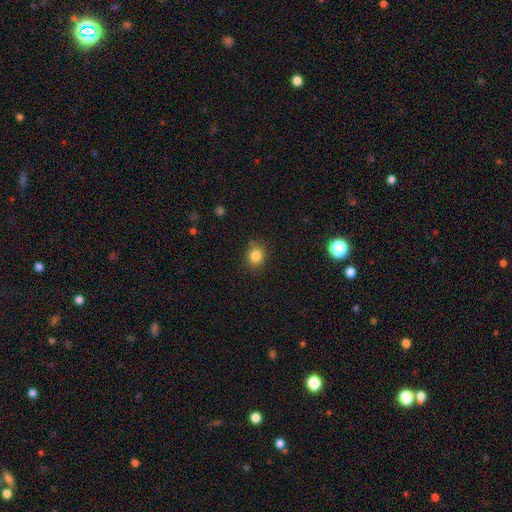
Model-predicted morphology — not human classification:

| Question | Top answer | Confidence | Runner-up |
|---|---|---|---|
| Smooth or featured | smooth | 84% | star or artifact (11%) |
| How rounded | round | 70% | in between (29%) |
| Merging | none | 85% | minor disturbance (10%) |